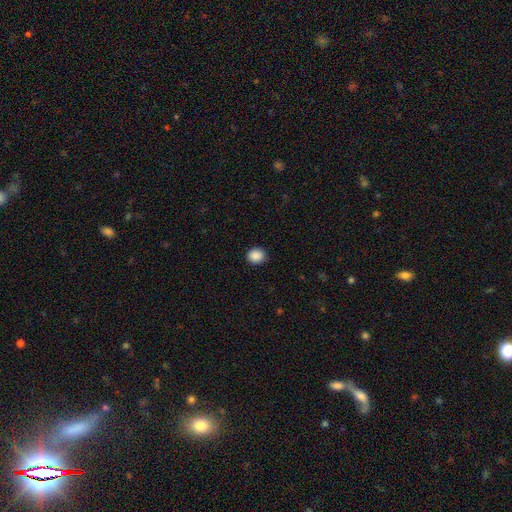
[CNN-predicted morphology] smooth 89%, star or artifact 9%, featured or disk 2%. Down the decision tree: how rounded — round (77%); merging — none (90%).